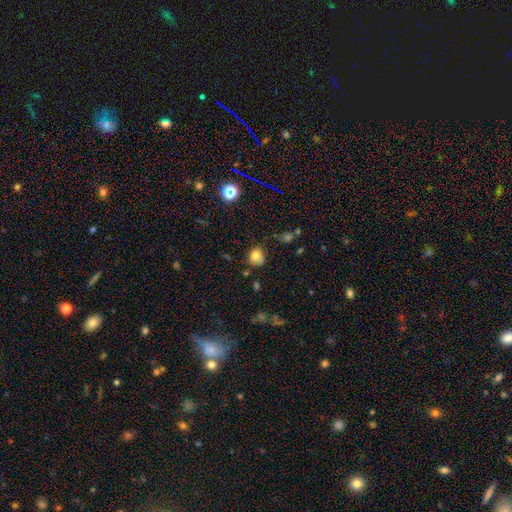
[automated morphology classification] Overall: smooth (75%). How rounded: round (63%; in between 36%). Merging: none (52%; minor disturbance 32%).